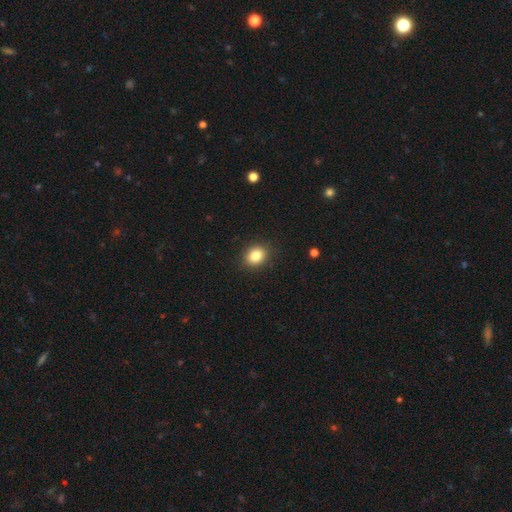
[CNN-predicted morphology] Smooth or featured? Predicted: smooth (p=0.84). How rounded? Predicted: round (p=0.62). Merging? Predicted: none (p=0.90).